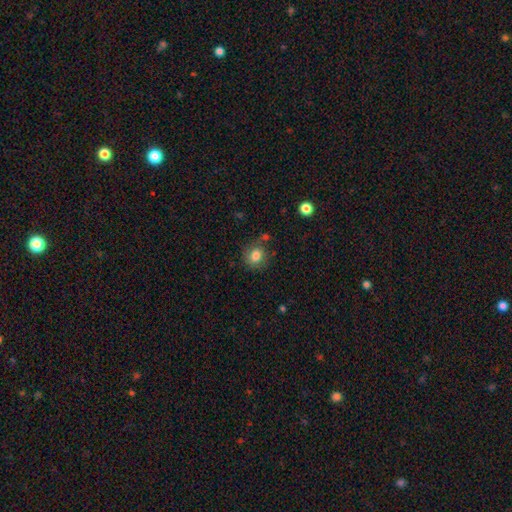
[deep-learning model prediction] A smooth galaxy with no disk features (81%) that is round (74%). Merging: none (74%).